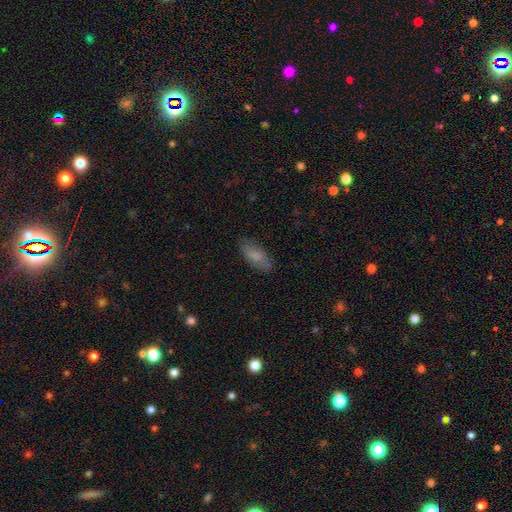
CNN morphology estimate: Q: Smooth or featured?
A: smooth (78%); runner-up: featured or disk (15%)
Q: How rounded?
A: in between (78%); runner-up: cigar-shaped (20%)
Q: Merging?
A: none (81%); runner-up: minor disturbance (15%)